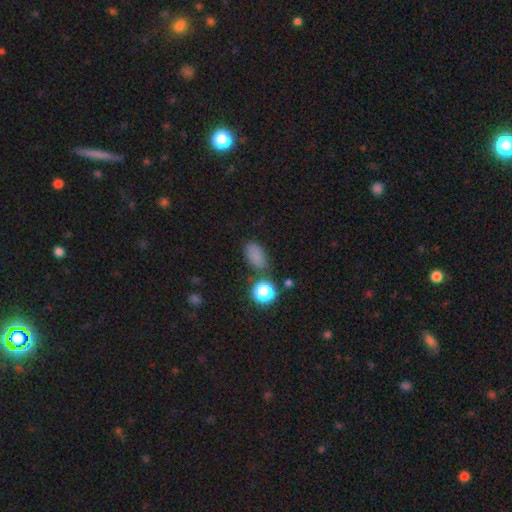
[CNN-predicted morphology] type=smooth (77%); roundness=in between (85%); merging=none (74%).